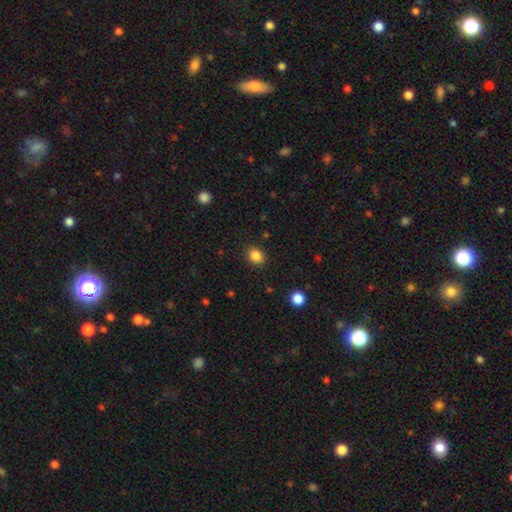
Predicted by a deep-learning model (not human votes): Morphology: type=smooth (86%); roundness=round (51%); merging=none (88%).